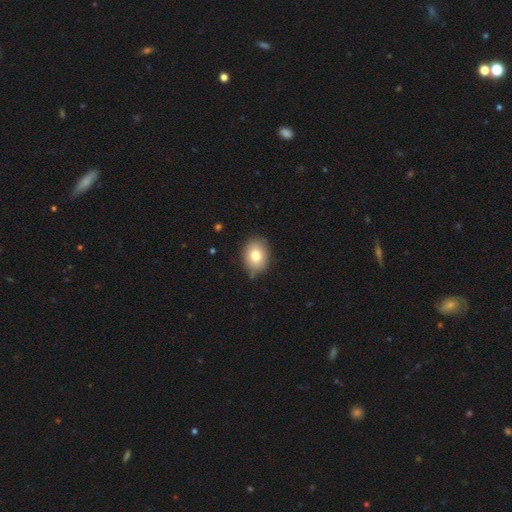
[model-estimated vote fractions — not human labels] This appears to be a smooth galaxy with no disk features (78%) that is in between round and cigar-shaped (61%). Merging: none (80%).